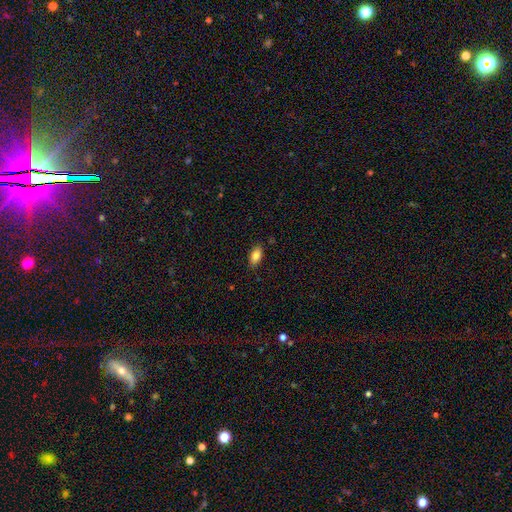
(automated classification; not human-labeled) A smooth galaxy with no disk features (84%) that is in between round and cigar-shaped (90%). Merging: none (84%).